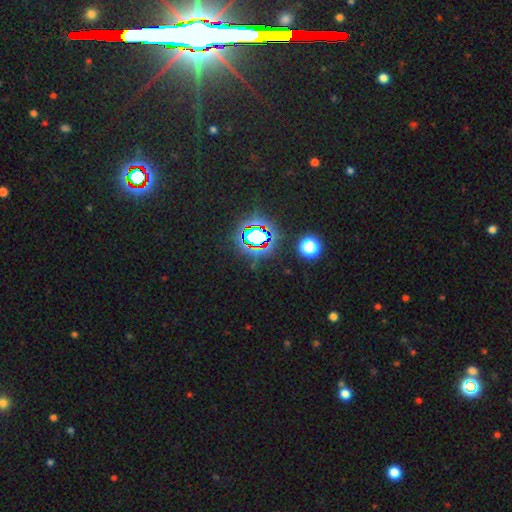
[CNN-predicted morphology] Smooth or featured: star or artifact — 82% (smooth — 10%)